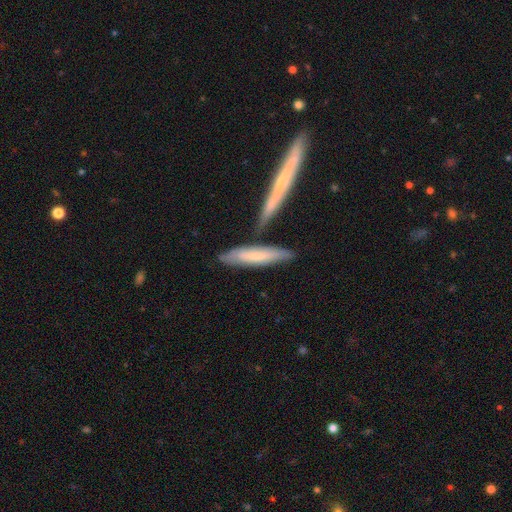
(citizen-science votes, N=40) Morphology: type=smooth (60%); roundness=cigar-shaped (62%); merging=none (57%).